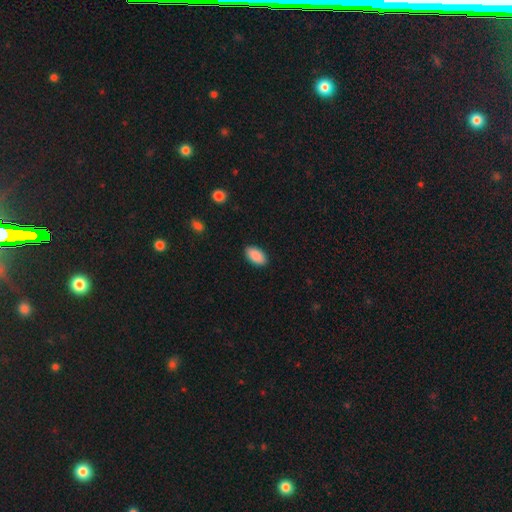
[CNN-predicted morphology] Smooth or featured? smooth (91%)
How rounded? in between (95%)
Merging? none (89%)